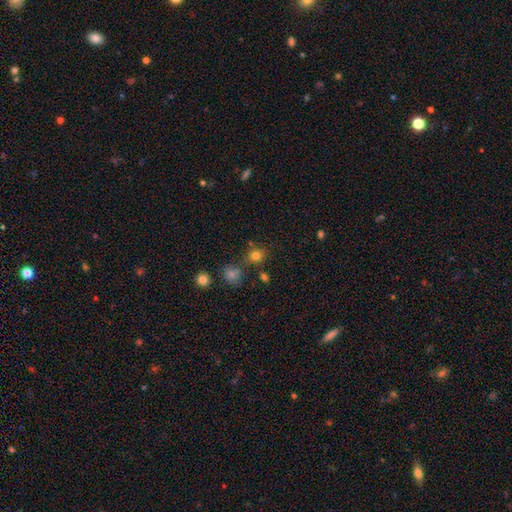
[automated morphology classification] Smooth or featured: smooth — 78% (star or artifact — 15%)
How rounded: round — 78% (in between — 21%)
Merging: none — 73% (minor disturbance — 11%)